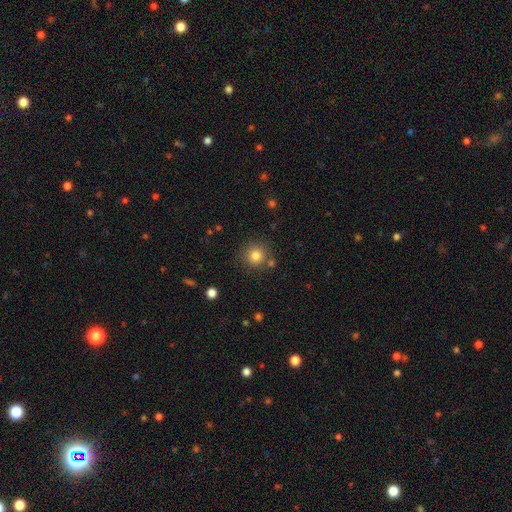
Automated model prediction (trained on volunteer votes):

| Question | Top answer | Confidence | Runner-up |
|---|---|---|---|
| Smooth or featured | smooth | 81% | star or artifact (12%) |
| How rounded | round | 93% | in between (6%) |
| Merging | none | 81% | minor disturbance (9%) |